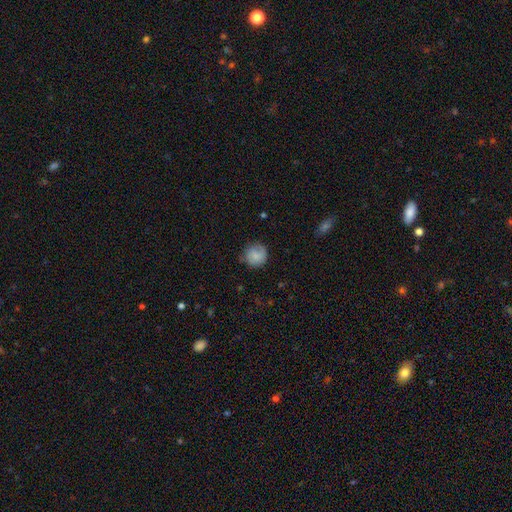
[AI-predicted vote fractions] Smooth or featured? Predicted: smooth (p=0.80). How rounded? Predicted: round (p=0.89). Merging? Predicted: none (p=0.71).